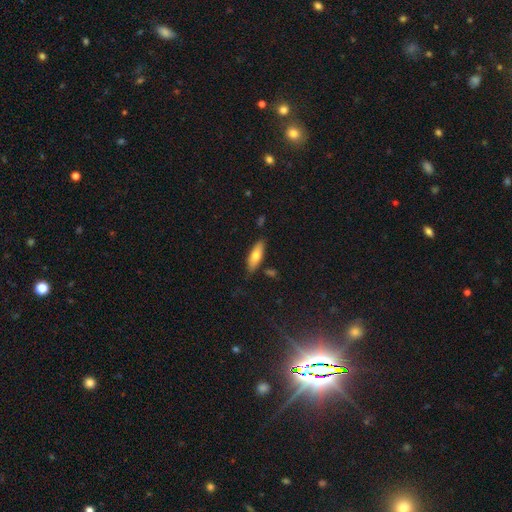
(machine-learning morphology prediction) Smooth or featured?
  - smooth: 70% *
  - featured or disk: 24%
  - star or artifact: 6%
How rounded?
  - in between: 55% *
  - cigar-shaped: 42%
  - round: 2%
Merging?
  - none: 81% *
  - minor disturbance: 14%
  - merger: 3%
  - major disturbance: 3%